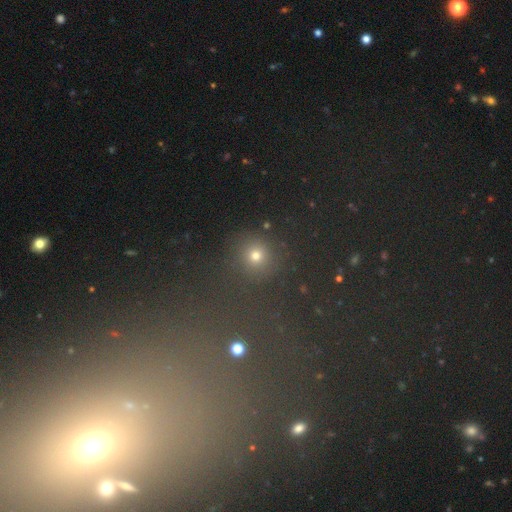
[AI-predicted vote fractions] The model was most divided on "smooth or featured": smooth: 66%, star or artifact: 27%, featured or disk: 7%. More confident: how rounded — round (93%); merging — none (88%).